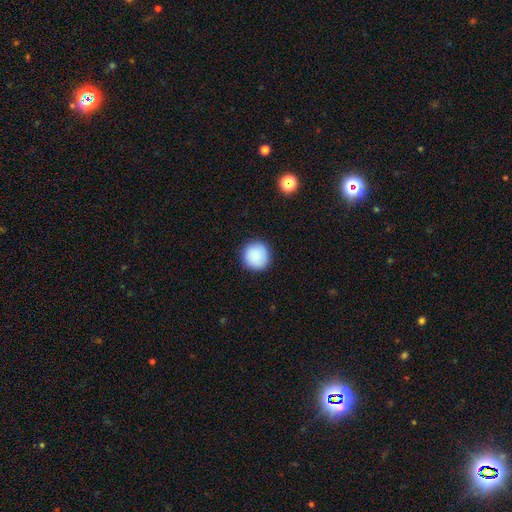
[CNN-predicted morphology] The model was most divided on "smooth or featured": smooth: 88%, star or artifact: 7%, featured or disk: 4%. More confident: how rounded — round (95%); merging — none (91%).